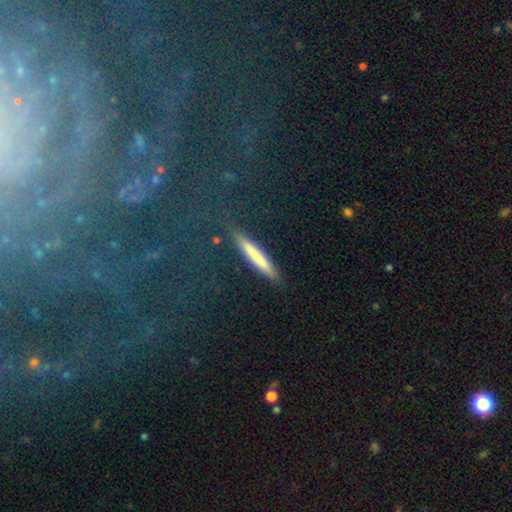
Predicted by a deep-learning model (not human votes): This appears to be a smooth galaxy with no disk features (54%) that is cigar-shaped (92%). Merging: none (87%).